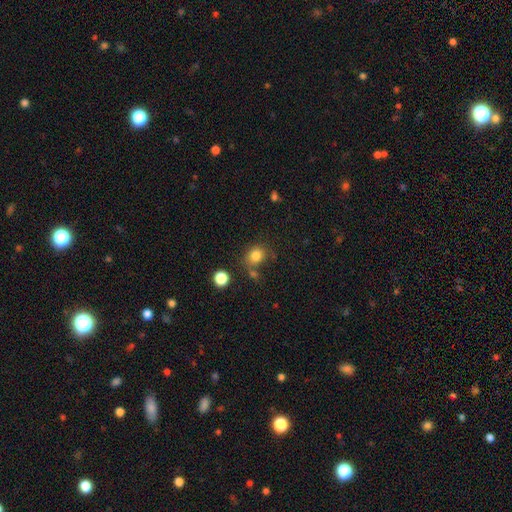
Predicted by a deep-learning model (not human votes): smooth 81%, star or artifact 12%, featured or disk 7%. Down the decision tree: how rounded — round (68%); merging — none (66%).